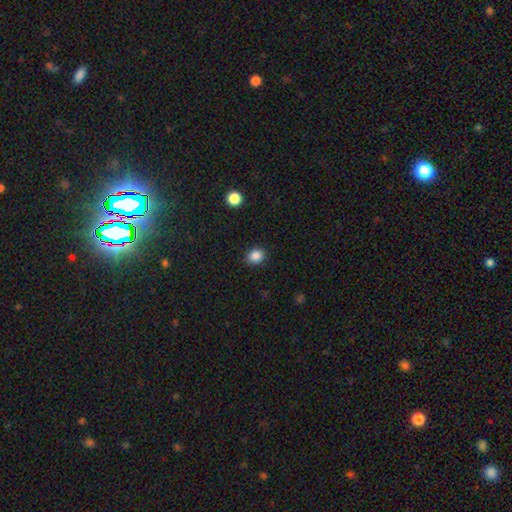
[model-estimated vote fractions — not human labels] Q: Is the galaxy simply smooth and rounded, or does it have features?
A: smooth — 86%.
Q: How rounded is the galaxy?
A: round — 67%.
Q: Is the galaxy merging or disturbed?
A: none — 89%.